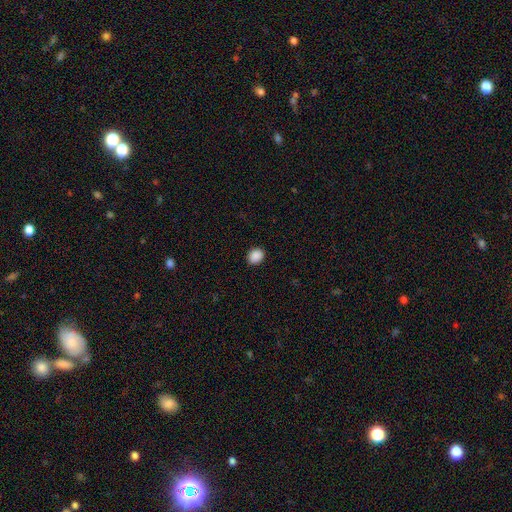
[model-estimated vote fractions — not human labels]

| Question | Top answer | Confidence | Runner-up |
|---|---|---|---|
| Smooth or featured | smooth | 89% | star or artifact (8%) |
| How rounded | round | 57% | in between (42%) |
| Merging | none | 90% | minor disturbance (7%) |